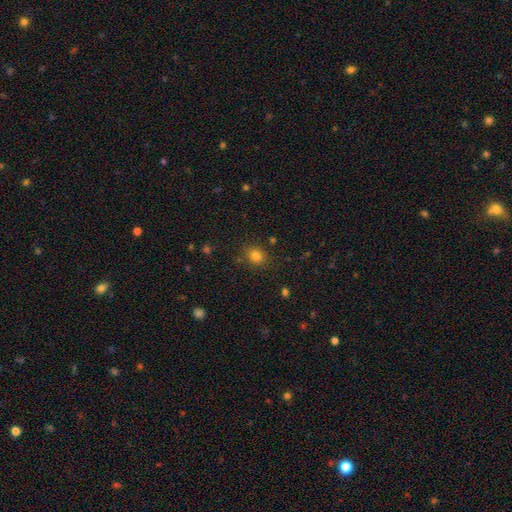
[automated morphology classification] type=smooth (80%); roundness=round (57%); merging=none (83%).